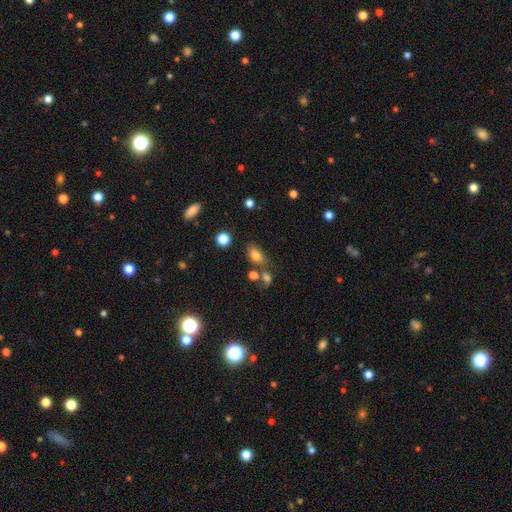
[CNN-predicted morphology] smooth_or_featured: smooth (p=0.78) [alt: star or artifact p=0.12]
how_rounded: in between (p=0.84) [alt: round p=0.13]
merging: none (p=0.63) [alt: merger p=0.16]